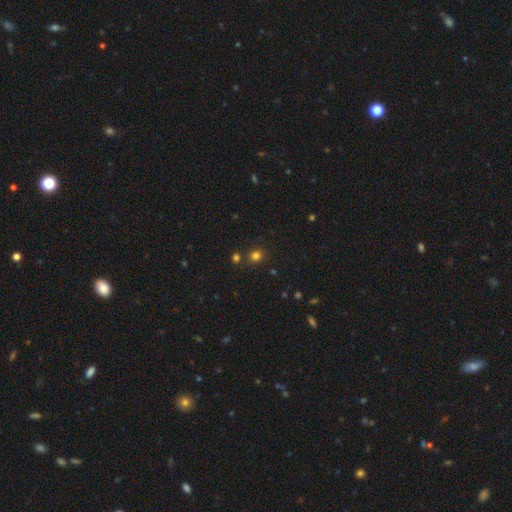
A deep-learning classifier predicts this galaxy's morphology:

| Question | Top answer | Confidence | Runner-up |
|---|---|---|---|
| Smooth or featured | smooth | 76% | star or artifact (19%) |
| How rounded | round | 79% | in between (20%) |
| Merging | none | 79% | merger (10%) |